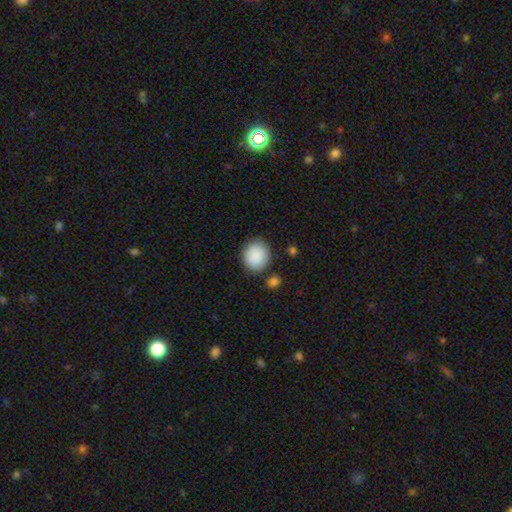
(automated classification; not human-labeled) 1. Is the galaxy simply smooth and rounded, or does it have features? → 90% smooth, 7% star or artifact, 4% featured or disk.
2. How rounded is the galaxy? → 74% round, 26% in between, 1% cigar-shaped.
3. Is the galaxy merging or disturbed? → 83% none, 10% minor disturbance, 4% merger, 3% major disturbance.